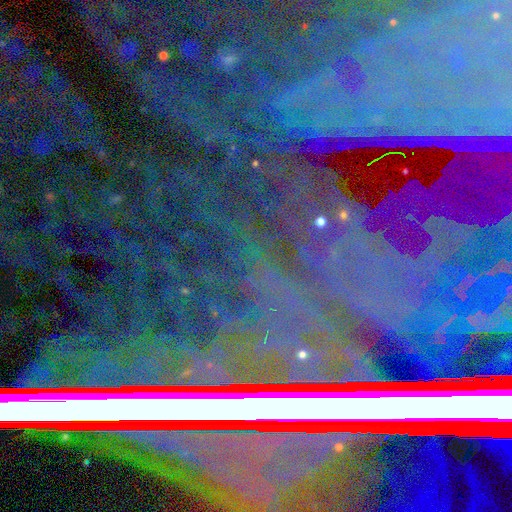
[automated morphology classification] This is clearly a star or artifact rather than a galaxy (83%).